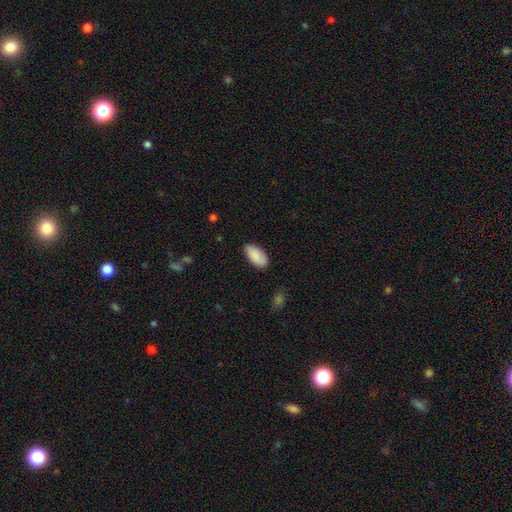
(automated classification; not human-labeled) A smooth galaxy with no disk features (87%) that is in between round and cigar-shaped (94%).

Vote fractions:
- Smooth or featured? smooth: 87% / featured or disk: 7% / star or artifact: 6%
- How rounded? in between: 94% / cigar-shaped: 3% / round: 2%
- Merging? none: 81% / minor disturbance: 15% / major disturbance: 3% / merger: 1%